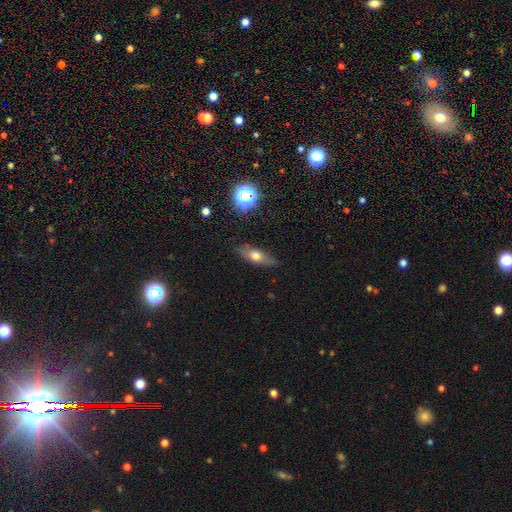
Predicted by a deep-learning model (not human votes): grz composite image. It shows a smooth galaxy with no disk features (58%) that is in between round and cigar-shaped (57%). Merging: none (80%).